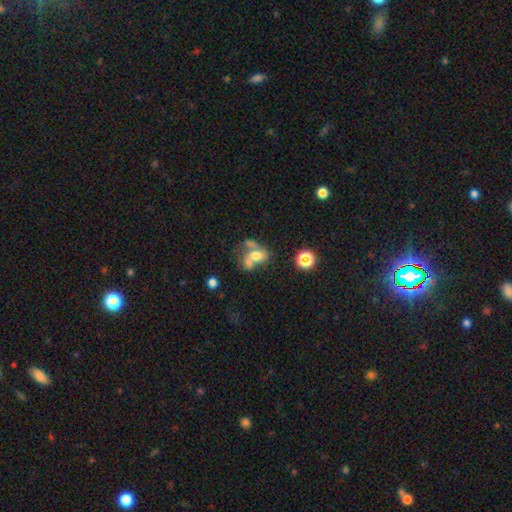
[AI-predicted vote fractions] Overall: smooth (52%; featured or disk 34%). How rounded: in between (68%; round 29%). Merging: merger (49%; none 21%).